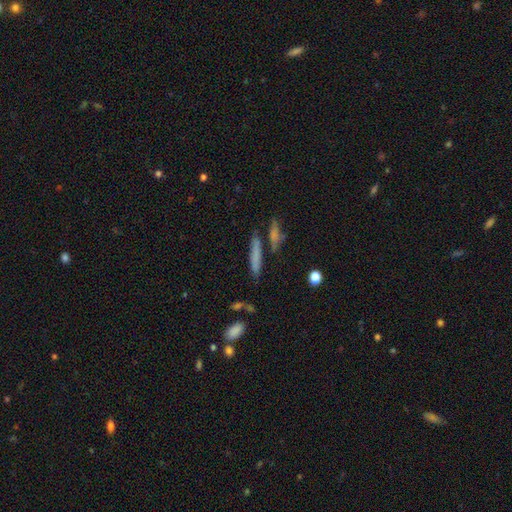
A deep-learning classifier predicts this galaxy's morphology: A smooth galaxy with no disk features (66%) that is cigar-shaped (86%). Merging: none (71%).